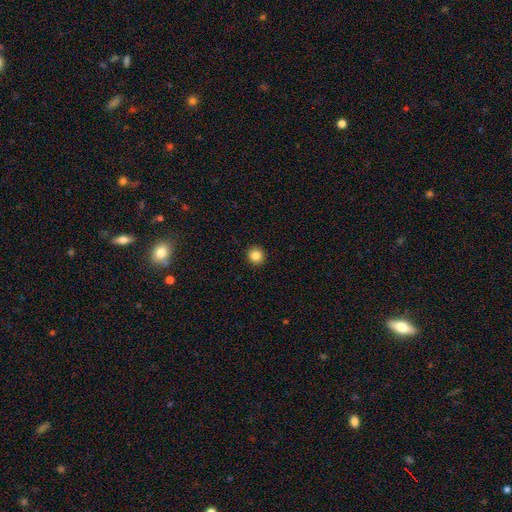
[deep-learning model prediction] This is clearly a smooth galaxy (85%). How rounded: clearly round (92%). Merging: clearly none (93%).